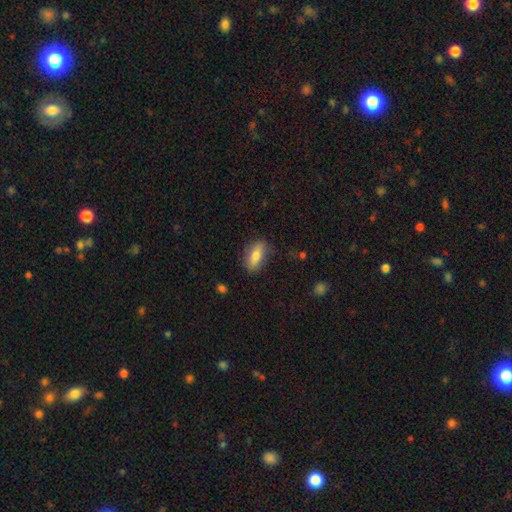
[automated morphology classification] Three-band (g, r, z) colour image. It shows a smooth galaxy with no disk features (75%) that is in between round and cigar-shaped (83%). Merging: none (78%).